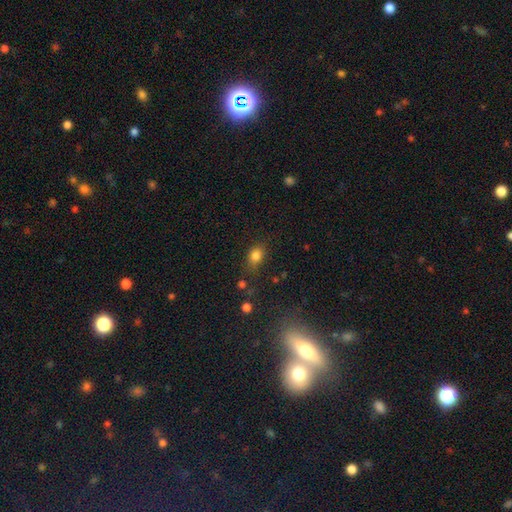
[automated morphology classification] A smooth galaxy with no disk features (82%) that is in between round and cigar-shaped (65%). Merging: none (73%).